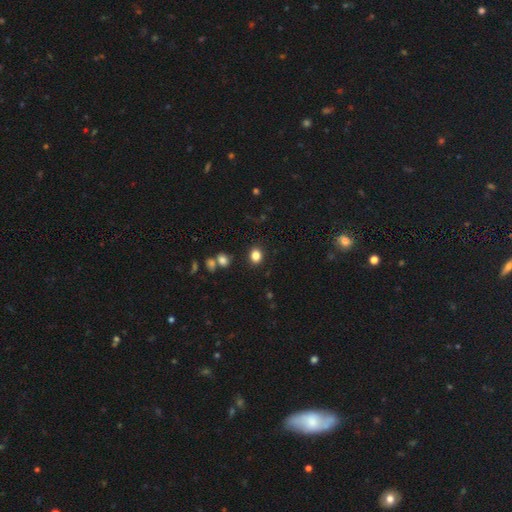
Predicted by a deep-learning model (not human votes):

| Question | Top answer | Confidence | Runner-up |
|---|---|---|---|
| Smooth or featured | smooth | 84% | star or artifact (12%) |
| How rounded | round | 52% | in between (47%) |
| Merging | none | 87% | minor disturbance (8%) |